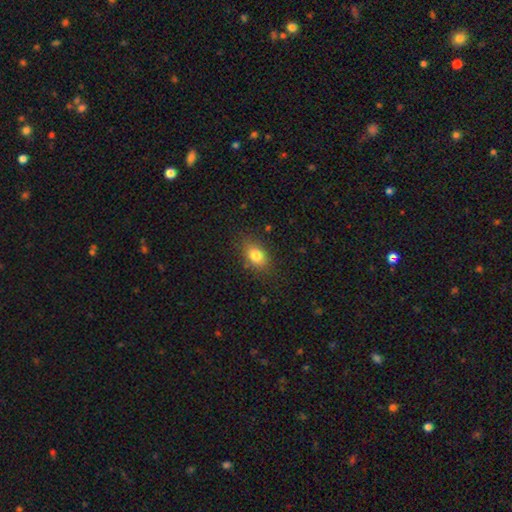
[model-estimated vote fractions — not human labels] smooth 82%, star or artifact 9%, featured or disk 8%. Down the decision tree: how rounded — in between (77%); merging — none (82%).